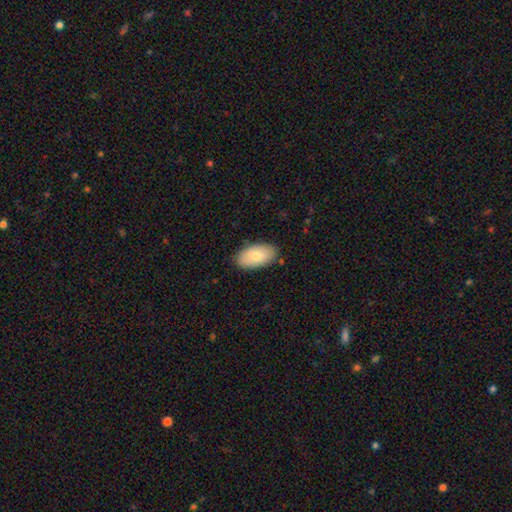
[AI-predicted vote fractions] smooth_or_featured: smooth (p=0.81) [alt: featured or disk p=0.13]
how_rounded: in between (p=0.95) [alt: round p=0.03]
merging: none (p=0.85) [alt: minor disturbance p=0.12]